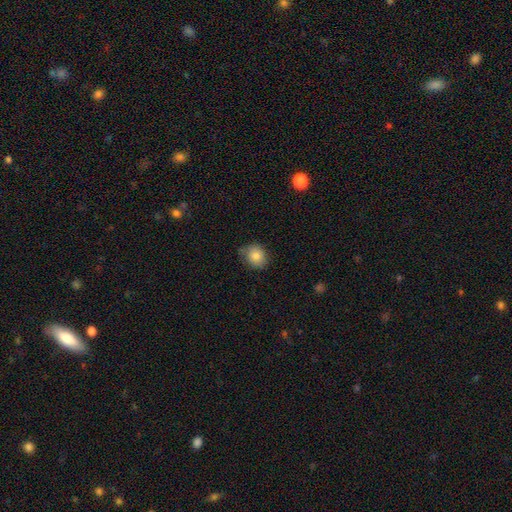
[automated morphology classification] A smooth galaxy with no disk features (82%) that is round (69%). Merging: none (70%).